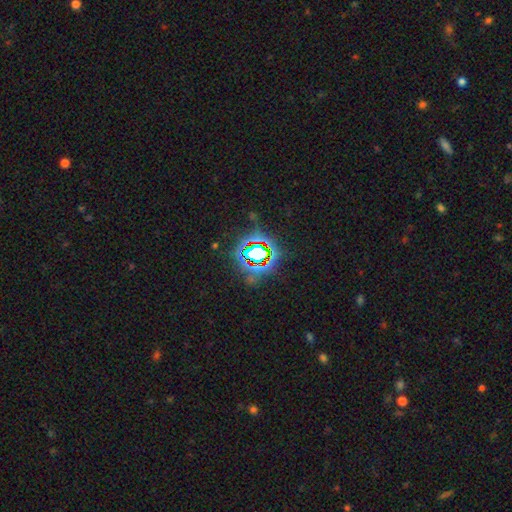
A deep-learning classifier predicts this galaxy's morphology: This is likely a star or artifact rather than a galaxy (74%).